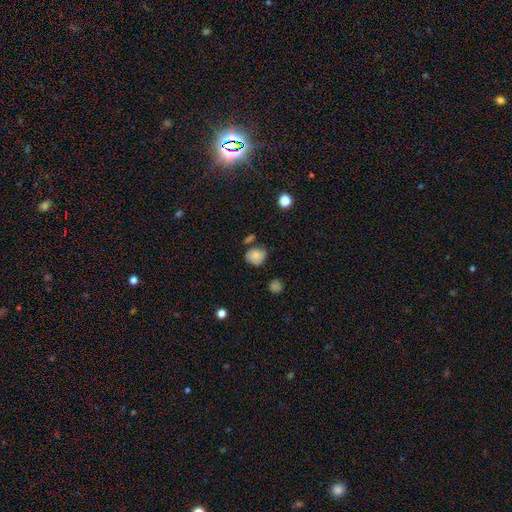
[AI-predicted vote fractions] smooth 82%, star or artifact 10%, featured or disk 8%. Down the decision tree: how rounded — round (67%); merging — none (63%).